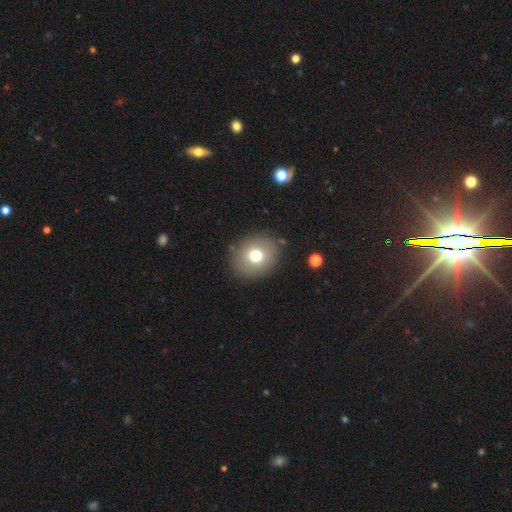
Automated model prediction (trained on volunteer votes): smooth-or-featured: smooth: 74% | featured or disk: 15% | star or artifact: 11%
  how-rounded: round: 76% | in between: 23% | cigar-shaped: 1%
  merging: none: 86% | minor disturbance: 9% | major disturbance: 3% | merger: 2%